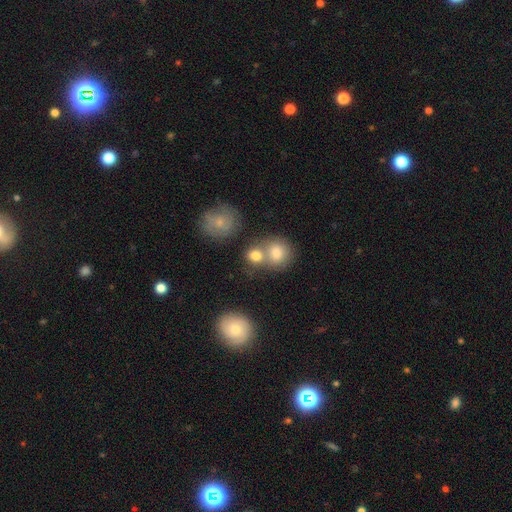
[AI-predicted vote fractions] Overall: smooth (78%). How rounded: round (75%). Merging: merger (47%; none 41%).